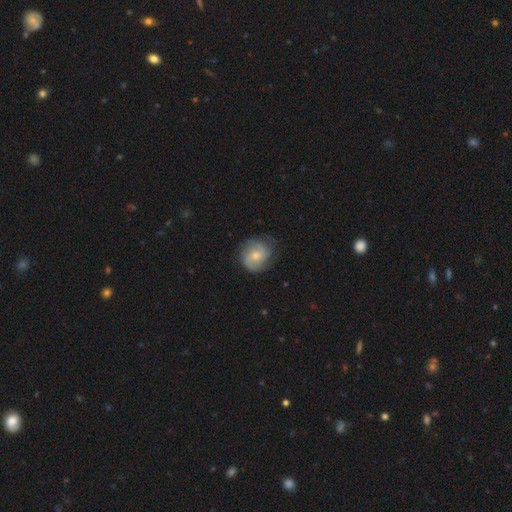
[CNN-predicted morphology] type=featured or disk (51%); edge-on=no (97%); merging=none (70%).